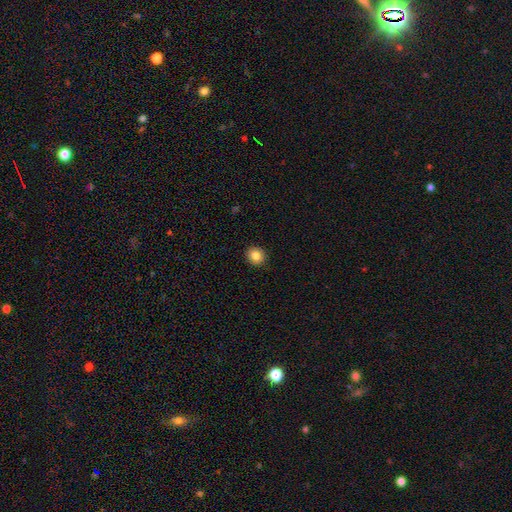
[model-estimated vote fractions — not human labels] smooth 83%, star or artifact 10%, featured or disk 7%. Down the decision tree: how rounded — round (88%); merging — none (92%).